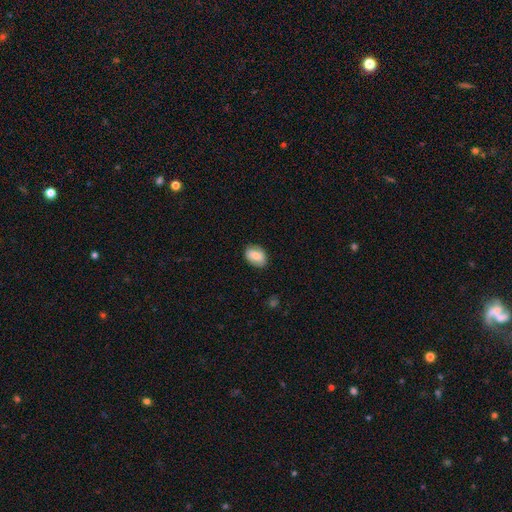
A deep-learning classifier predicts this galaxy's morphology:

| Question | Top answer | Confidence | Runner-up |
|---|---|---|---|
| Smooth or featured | smooth | 79% | featured or disk (14%) |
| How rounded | in between | 80% | round (19%) |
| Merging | none | 79% | minor disturbance (16%) |